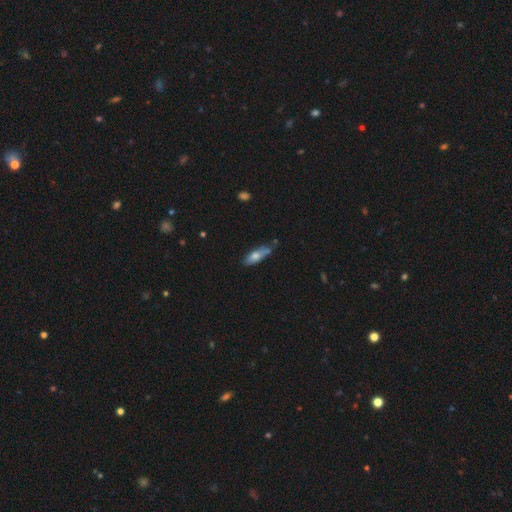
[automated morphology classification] type=smooth (65%); roundness=in between (53%); merging=none (57%).